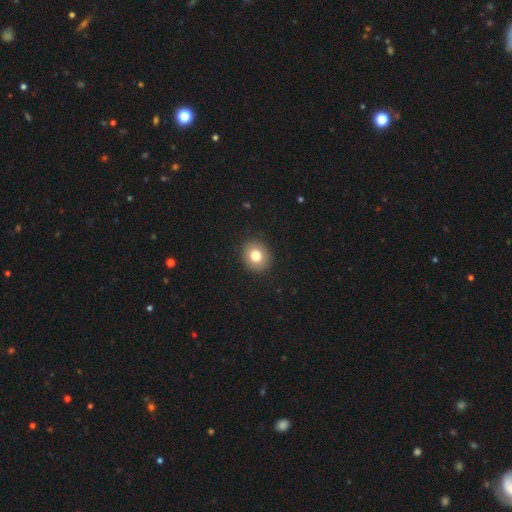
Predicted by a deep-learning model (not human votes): A smooth galaxy with no disk features (78%) that is round (75%). Merging: none (91%).